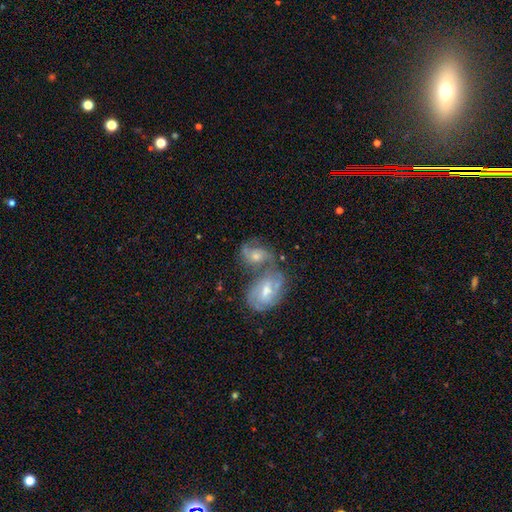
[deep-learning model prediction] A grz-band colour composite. It shows a featured or disk galaxy (73%) with no bar (53%), 2 (67%) medium (50%) spiral arms (91%) and a moderate central bulge (53%). Merging: merger (59%).